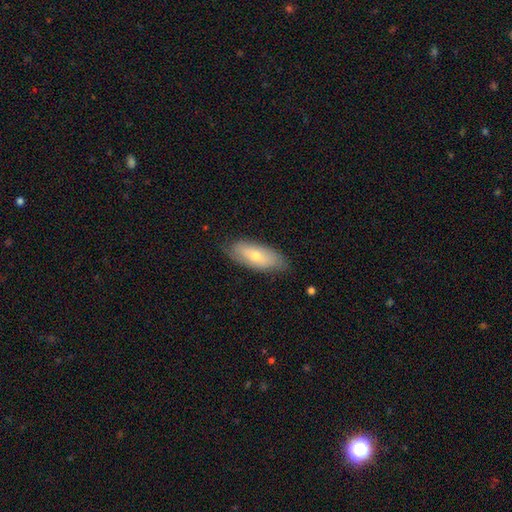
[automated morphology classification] This appears to be a smooth galaxy with no disk features (57%) that is in between round and cigar-shaped (80%). Merging: none (79%).